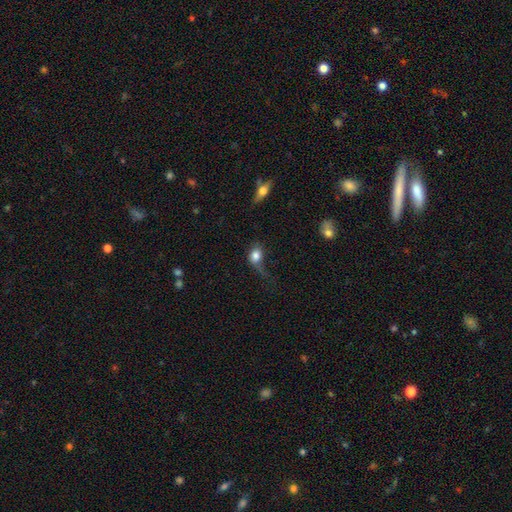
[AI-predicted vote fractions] The model was most divided on "how rounded" (2-way tie): in between: 49%, round: 49%, cigar-shaped: 2%. Remaining: smooth or featured — smooth (75%); merging — major disturbance (37%).